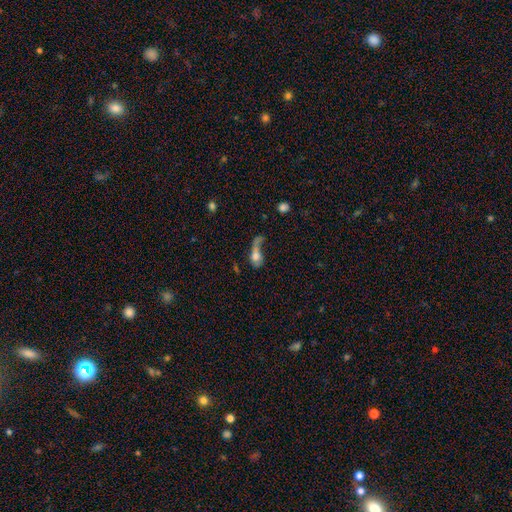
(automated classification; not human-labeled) Smooth or featured? smooth (58%)
How rounded? in between (64%)
Merging? major disturbance (44%)